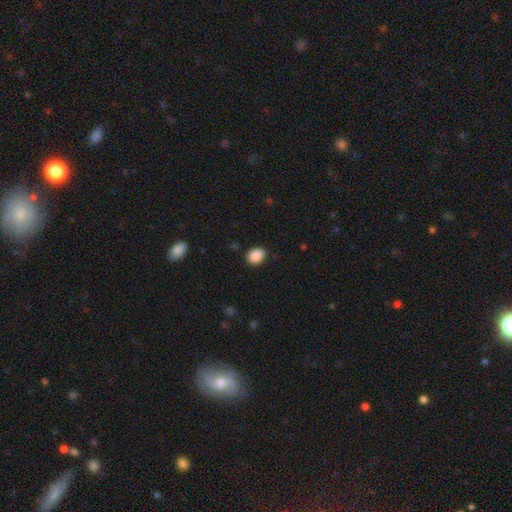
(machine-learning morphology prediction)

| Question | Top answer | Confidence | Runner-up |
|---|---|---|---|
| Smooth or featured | smooth | 89% | star or artifact (8%) |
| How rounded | in between | 54% | round (45%) |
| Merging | none | 85% | minor disturbance (12%) |